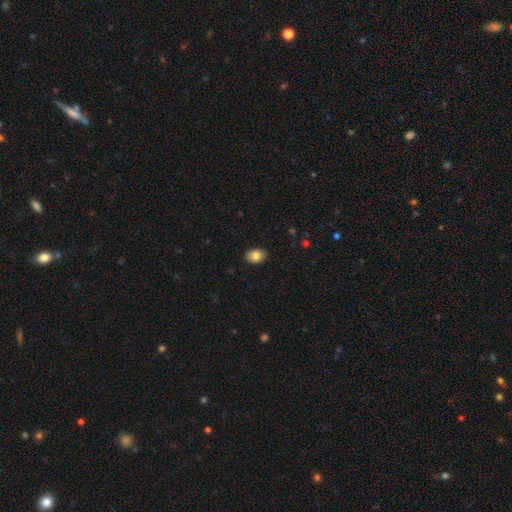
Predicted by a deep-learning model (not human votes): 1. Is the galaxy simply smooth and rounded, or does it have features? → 85% smooth, 8% star or artifact, 7% featured or disk.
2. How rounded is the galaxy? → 80% in between, 19% round, 1% cigar-shaped.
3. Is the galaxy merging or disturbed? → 89% none, 8% minor disturbance, 2% major disturbance, 1% merger.